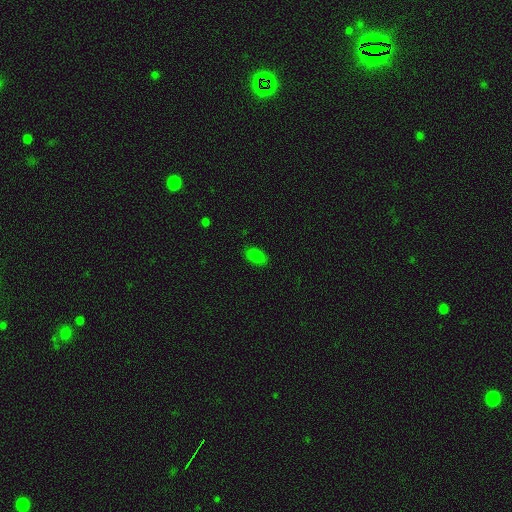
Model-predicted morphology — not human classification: A smooth galaxy with no disk features (83%) that is in between round and cigar-shaped (92%). Merging: none (86%).